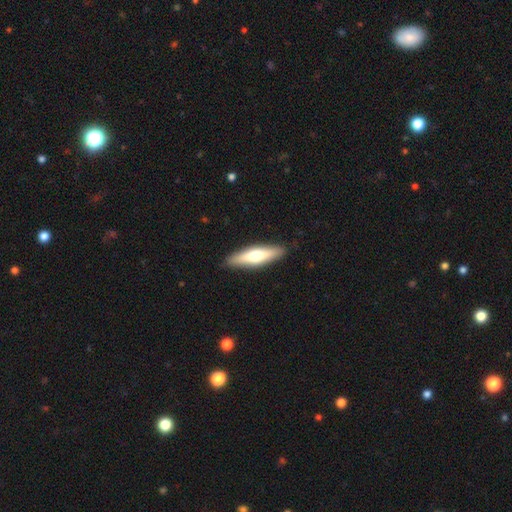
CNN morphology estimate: type=smooth (56%); roundness=cigar-shaped (71%); merging=none (89%).